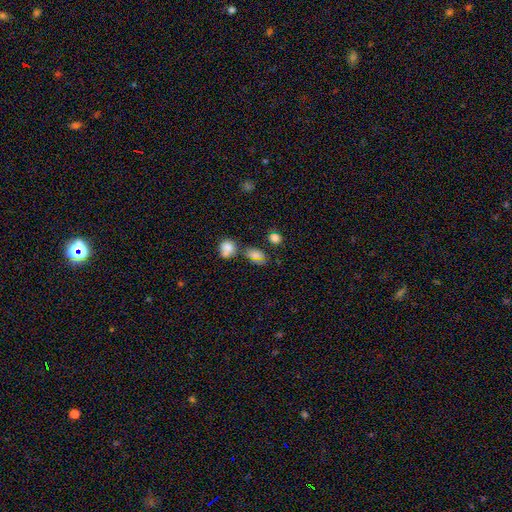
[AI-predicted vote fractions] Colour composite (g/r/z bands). It shows a smooth galaxy with no disk features (70%) that is in between round and cigar-shaped (73%). Merging: none (65%).